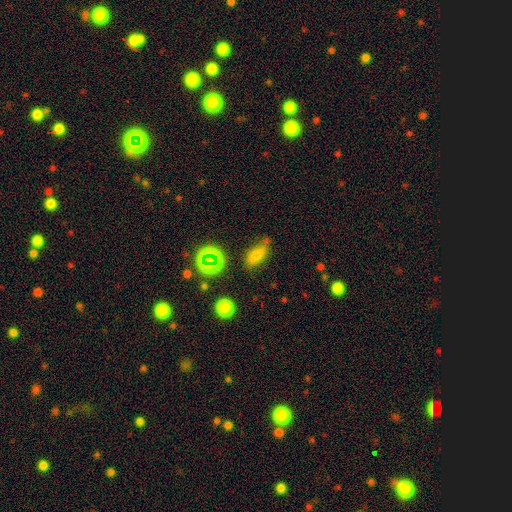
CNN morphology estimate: This is likely a smooth galaxy (68%). How rounded: likely in between (78%). Merging: likely none (66%).